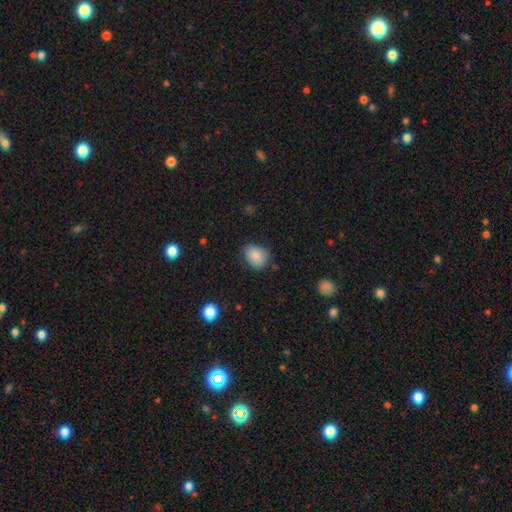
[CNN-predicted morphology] This appears to be a smooth galaxy with no disk features (85%) that is in between round and cigar-shaped (56%). Merging: none (72%).